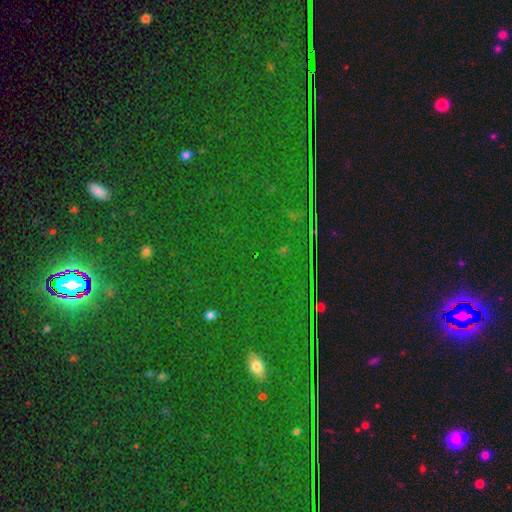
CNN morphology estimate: Smooth or featured? star or artifact (82%)